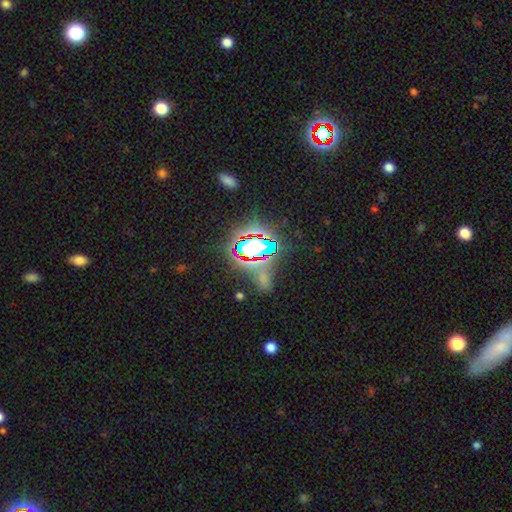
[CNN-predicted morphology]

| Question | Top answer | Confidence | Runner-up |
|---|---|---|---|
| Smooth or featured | star or artifact | 81% | smooth (10%) |